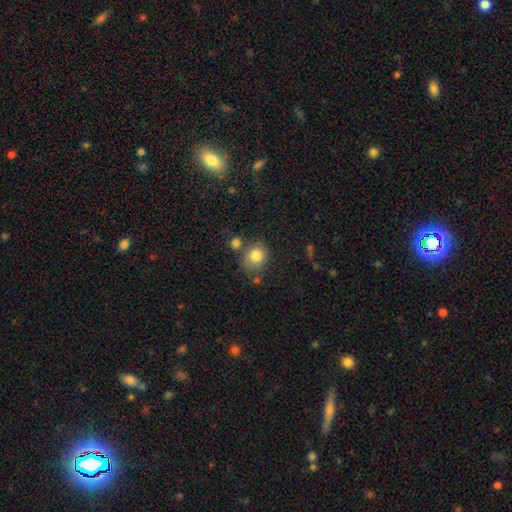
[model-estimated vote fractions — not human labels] smooth-or-featured: smooth: 81% | featured or disk: 10% | star or artifact: 9%
  how-rounded: round: 69% | in between: 30% | cigar-shaped: 1%
  merging: none: 64% | minor disturbance: 17% | merger: 14% | major disturbance: 5%